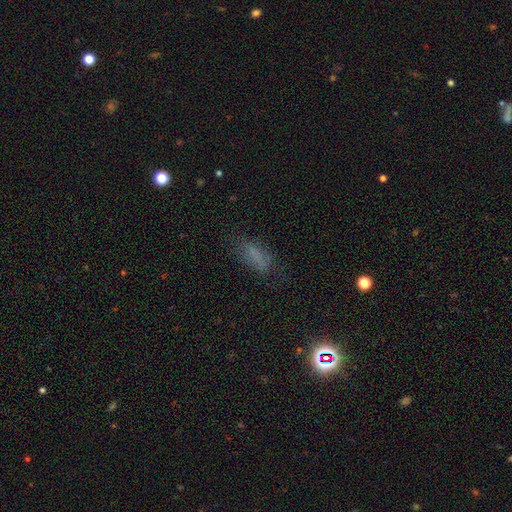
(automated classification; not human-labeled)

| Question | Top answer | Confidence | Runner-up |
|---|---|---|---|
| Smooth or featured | smooth | 67% | star or artifact (19%) |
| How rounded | in between | 72% | cigar-shaped (23%) |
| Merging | none | 64% | minor disturbance (21%) |